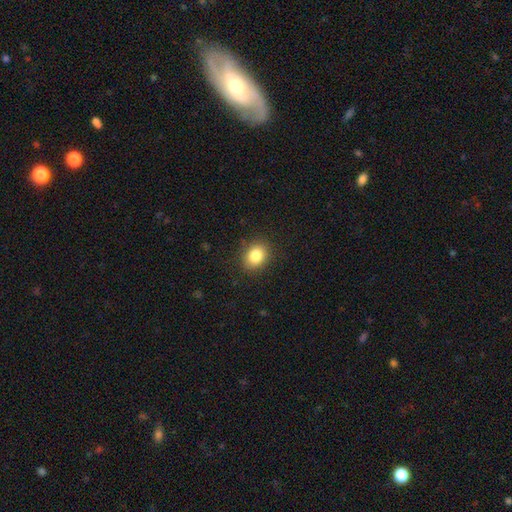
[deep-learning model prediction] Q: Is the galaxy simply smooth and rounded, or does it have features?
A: smooth — 84%.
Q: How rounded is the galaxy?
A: in between — 50%.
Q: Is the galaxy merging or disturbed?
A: none — 87%.